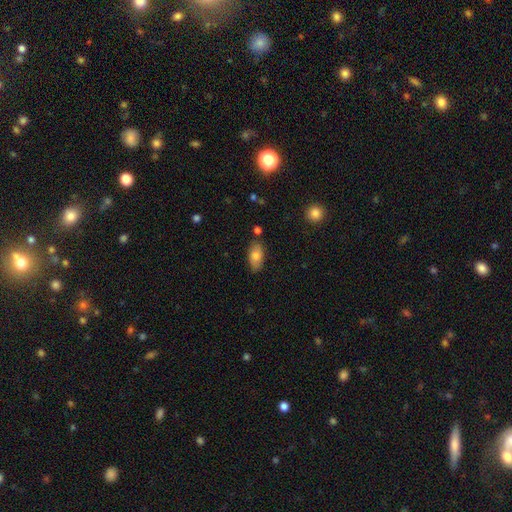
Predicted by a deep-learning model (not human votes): Smooth or featured? Predicted: smooth (p=0.78). How rounded? Predicted: in between (p=0.91). Merging? Predicted: none (p=0.81).